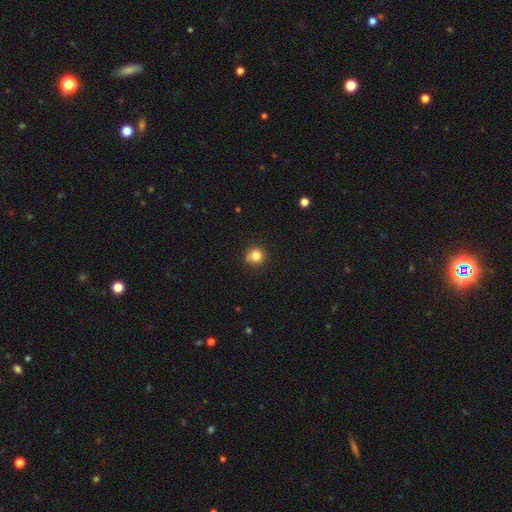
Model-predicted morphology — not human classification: Overall: smooth (82%). How rounded: round (93%). Merging: none (83%).